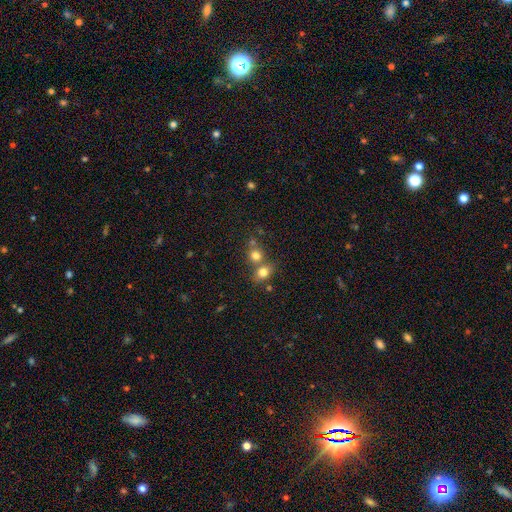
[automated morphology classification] smooth 76%, star or artifact 14%, featured or disk 10%. Down the decision tree: how rounded — round (77%); merging — none (46%).